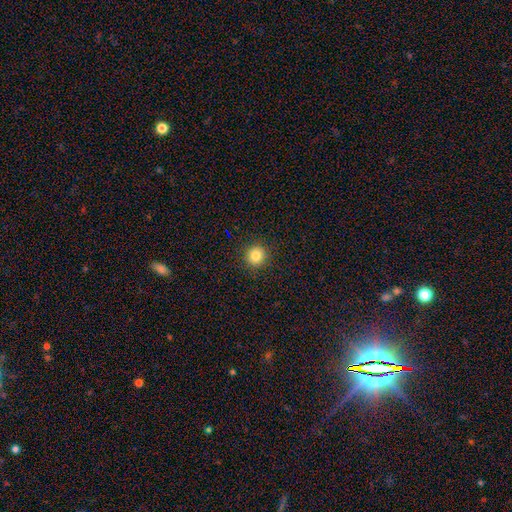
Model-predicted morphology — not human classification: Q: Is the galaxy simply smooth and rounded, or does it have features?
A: smooth — 83%.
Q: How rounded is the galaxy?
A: round — 93%.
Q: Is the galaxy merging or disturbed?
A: none — 92%.